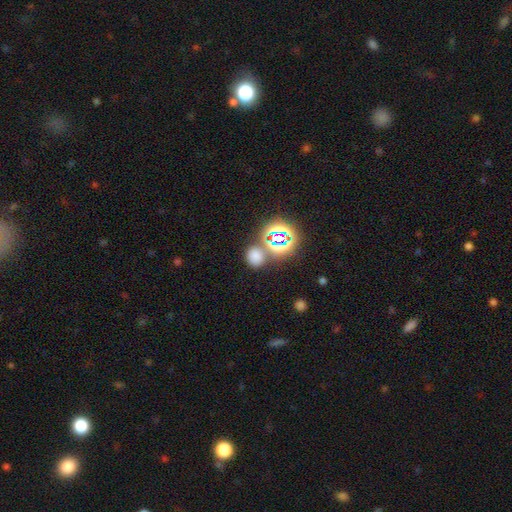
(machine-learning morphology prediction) smooth-or-featured: smooth: 63% | star or artifact: 31% | featured or disk: 6%
  how-rounded: round: 62% | in between: 37% | cigar-shaped: 1%
  merging: none: 68% | merger: 17% | minor disturbance: 10% | major disturbance: 4%